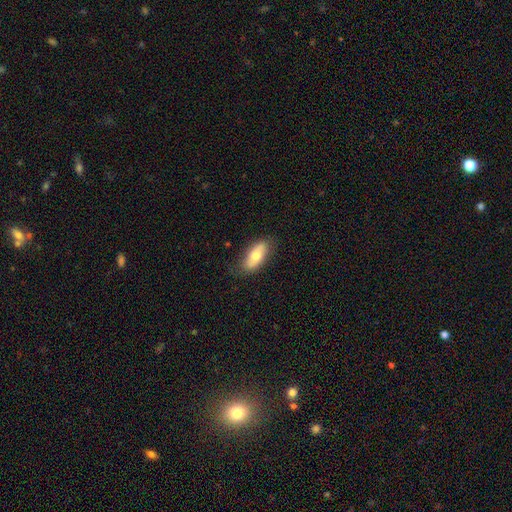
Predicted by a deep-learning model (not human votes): Smooth or featured? smooth (65%)
How rounded? in between (80%)
Merging? none (79%)